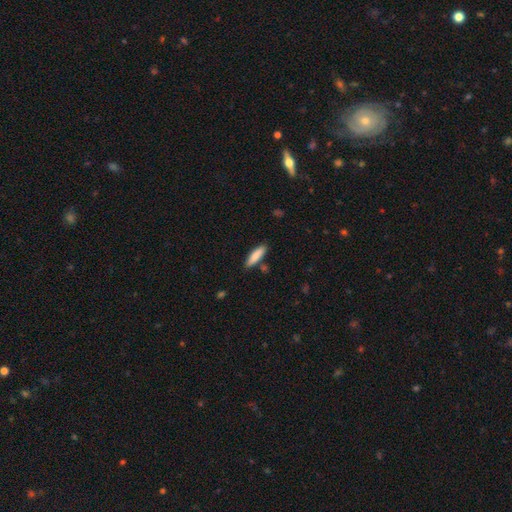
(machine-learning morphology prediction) This appears to be a smooth galaxy with no disk features (85%) that is cigar-shaped (64%). Merging: none (83%).